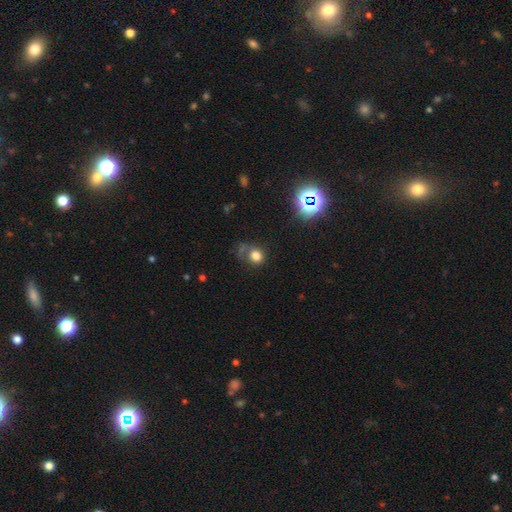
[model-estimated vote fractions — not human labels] Smooth or featured? Predicted: smooth (p=0.72). How rounded? Predicted: round (p=0.70). Merging? Predicted: none (p=0.40).